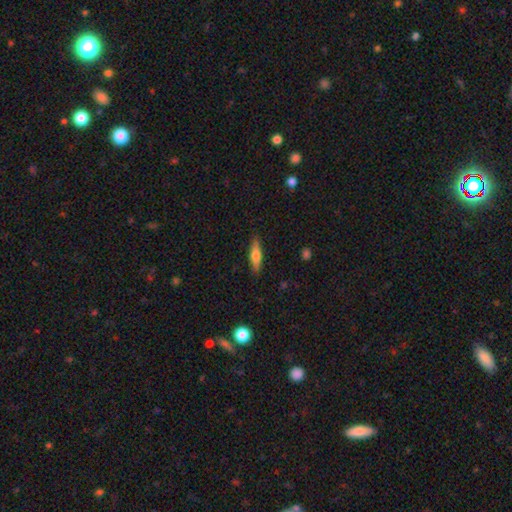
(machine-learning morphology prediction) The model was most divided on "smooth or featured": smooth: 61%, featured or disk: 33%, star or artifact: 6%. More confident: merging — none (86%); how rounded — cigar-shaped (67%).